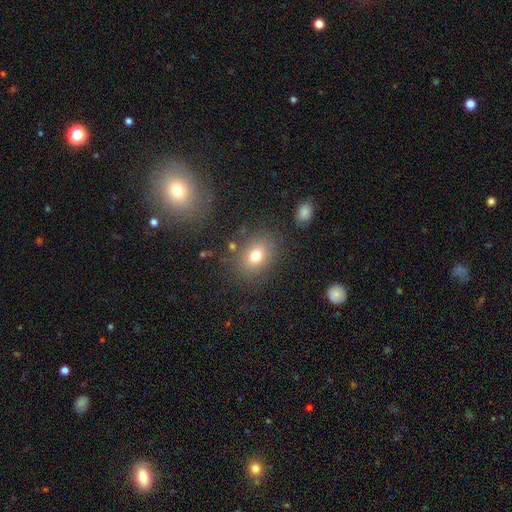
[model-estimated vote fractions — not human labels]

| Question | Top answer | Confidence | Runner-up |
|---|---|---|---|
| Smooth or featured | smooth | 74% | star or artifact (13%) |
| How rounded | in between | 57% | round (42%) |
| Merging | none | 80% | minor disturbance (12%) |